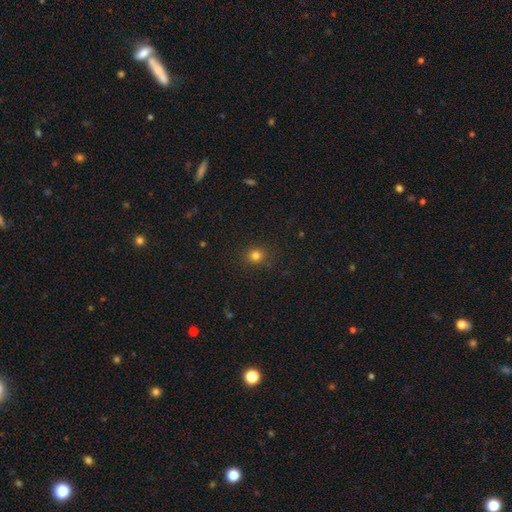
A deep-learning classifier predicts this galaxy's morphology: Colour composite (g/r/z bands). It shows a smooth galaxy with no disk features (80%) that is round (80%). Merging: none (88%).